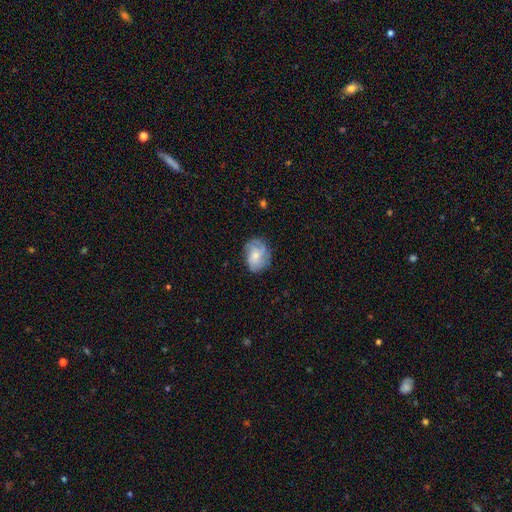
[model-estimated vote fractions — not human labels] This is possibly a featured or disk galaxy (51%). It is clearly not viewed edge-on (97%). Merging: likely none (68%).